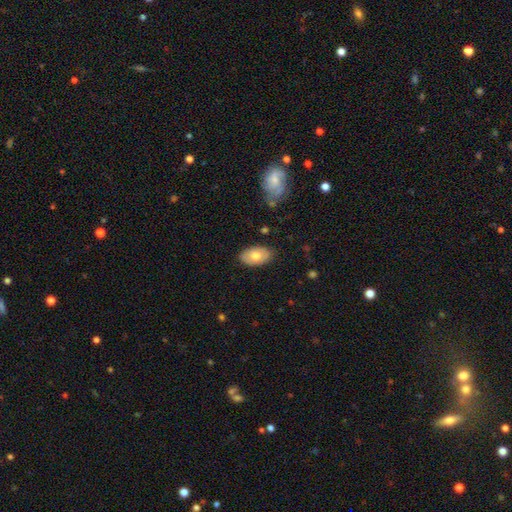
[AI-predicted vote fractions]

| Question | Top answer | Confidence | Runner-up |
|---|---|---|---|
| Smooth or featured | smooth | 71% | featured or disk (23%) |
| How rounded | in between | 93% | round (6%) |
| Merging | none | 84% | minor disturbance (12%) |